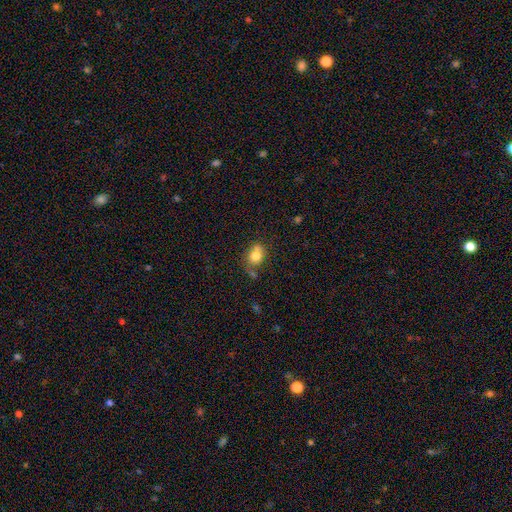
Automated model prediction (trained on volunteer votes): smooth 77%, featured or disk 13%, star or artifact 10%. Down the decision tree: how rounded — round (53%); merging — none (49%).